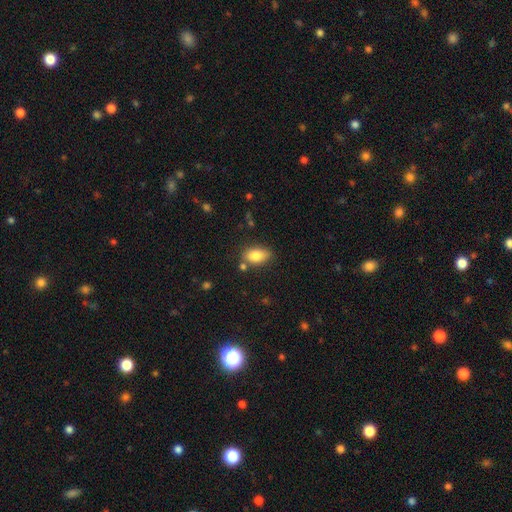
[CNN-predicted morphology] Smooth or featured: smooth — 82% (featured or disk — 10%)
How rounded: in between — 88% (round — 8%)
Merging: none — 74% (minor disturbance — 15%)